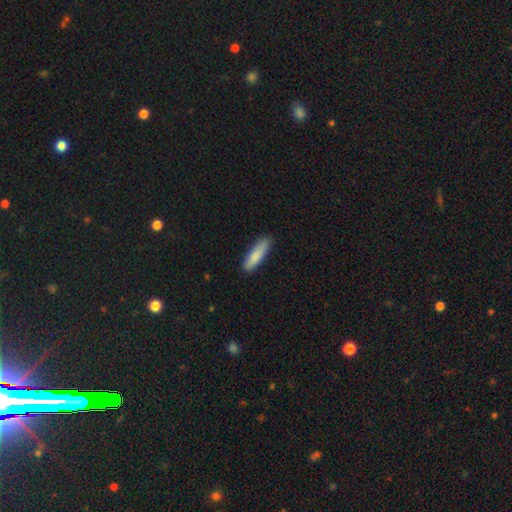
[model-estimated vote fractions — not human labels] smooth_or_featured: smooth (p=0.85) [alt: featured or disk p=0.10]
how_rounded: cigar-shaped (p=0.71) [alt: in between p=0.28]
merging: none (p=0.84) [alt: minor disturbance p=0.12]